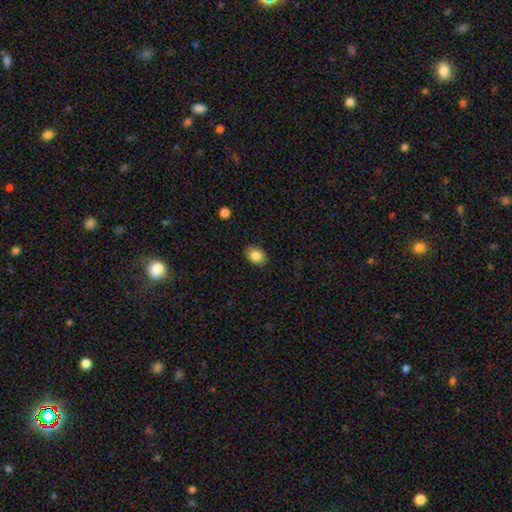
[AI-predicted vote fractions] Morphology: type=smooth (86%); roundness=in between (72%); merging=none (88%).